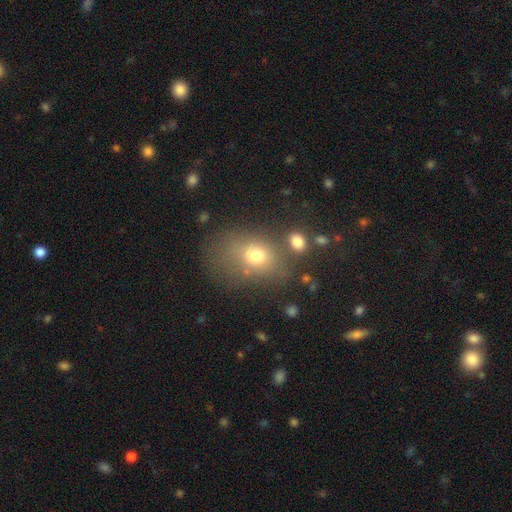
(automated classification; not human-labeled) smooth 71%, featured or disk 15%, star or artifact 14%. Down the decision tree: how rounded — in between (65%); merging — none (56%).